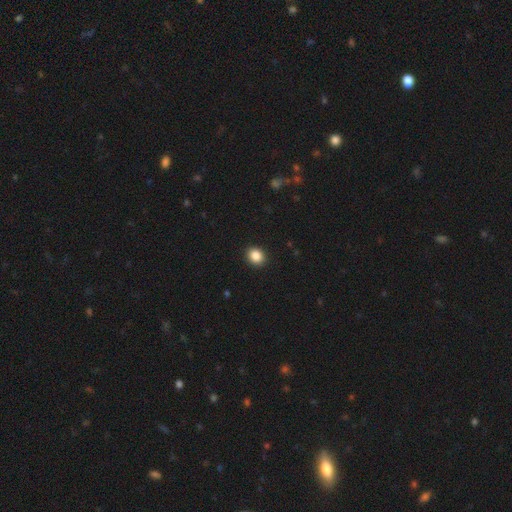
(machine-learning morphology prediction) A smooth galaxy with no disk features (87%) that is round (62%). Merging: none (92%).